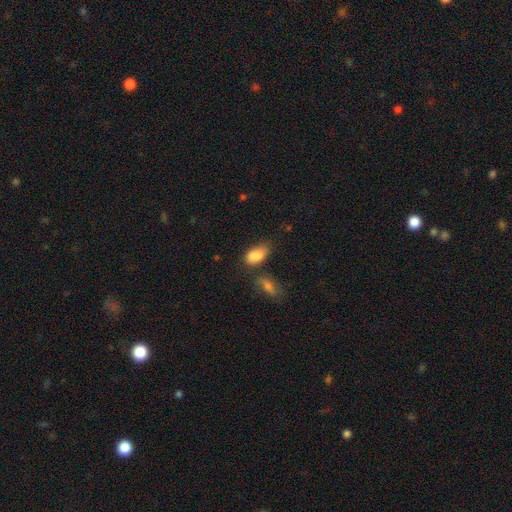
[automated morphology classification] type=smooth (82%); roundness=in between (89%); merging=none (42%).